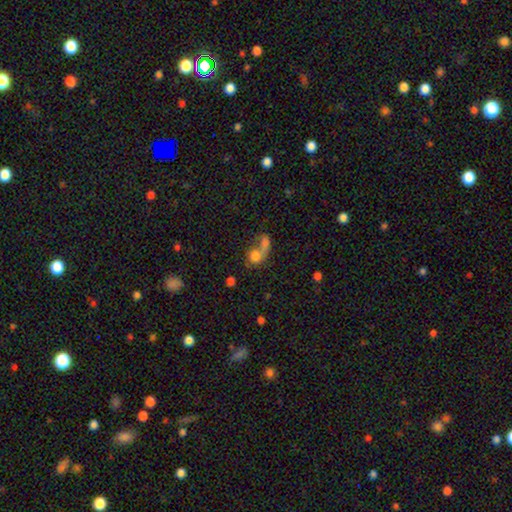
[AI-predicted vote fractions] smooth-or-featured: smooth: 69% | featured or disk: 20% | star or artifact: 12%
  how-rounded: round: 64% | in between: 33% | cigar-shaped: 3%
  merging: merger: 58% | none: 21% | major disturbance: 14% | minor disturbance: 7%